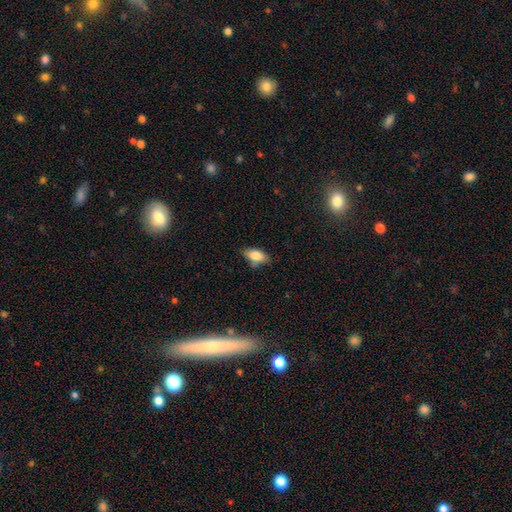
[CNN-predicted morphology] smooth_or_featured: smooth (p=0.83) [alt: featured or disk p=0.09]
how_rounded: in between (p=0.90) [alt: cigar-shaped p=0.07]
merging: none (p=0.74) [alt: minor disturbance p=0.19]